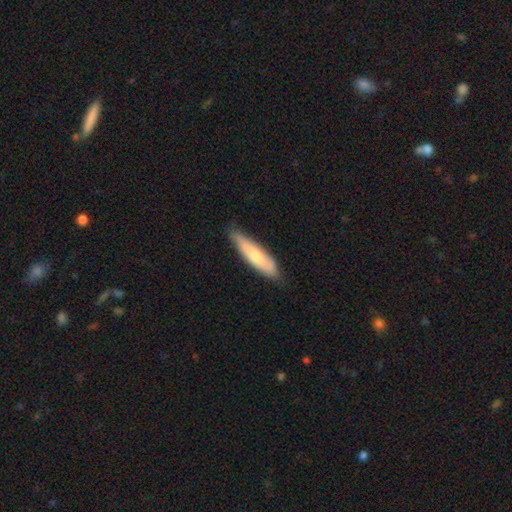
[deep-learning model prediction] Smooth or featured: smooth — 71% (featured or disk — 24%)
How rounded: cigar-shaped — 71% (in between — 28%)
Merging: none — 73% (minor disturbance — 23%)